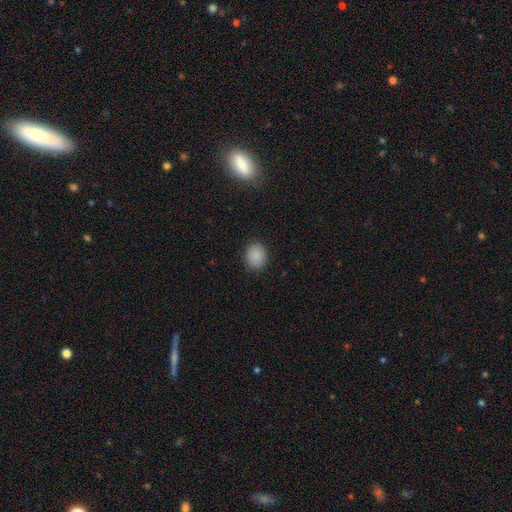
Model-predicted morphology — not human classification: smooth_or_featured: smooth (p=0.87) [alt: star or artifact p=0.09]
how_rounded: round (p=0.58) [alt: in between p=0.41]
merging: none (p=0.89) [alt: minor disturbance p=0.08]